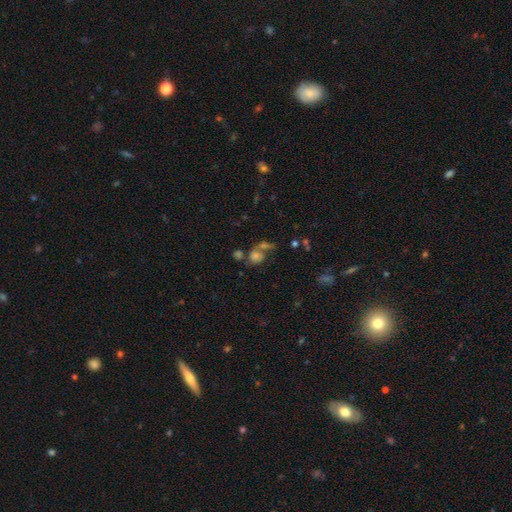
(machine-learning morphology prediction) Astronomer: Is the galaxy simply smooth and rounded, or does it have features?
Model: smooth — 55%.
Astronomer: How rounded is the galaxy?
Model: round — 64%.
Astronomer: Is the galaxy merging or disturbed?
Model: merger — 41% (runner-up: none, 35%).